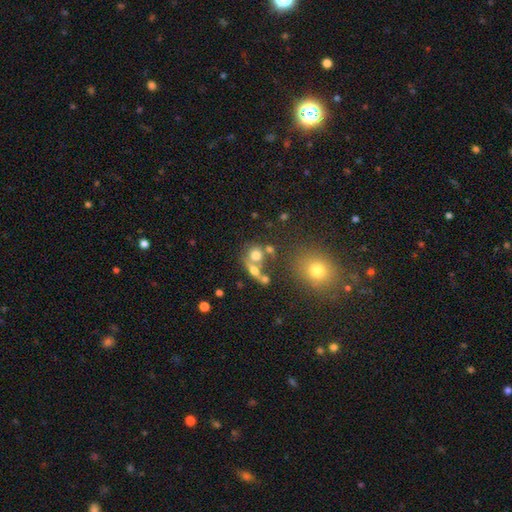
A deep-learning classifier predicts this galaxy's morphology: This is likely a smooth galaxy (67%). How rounded: likely round (73%). Merging: marginally merger (44%).